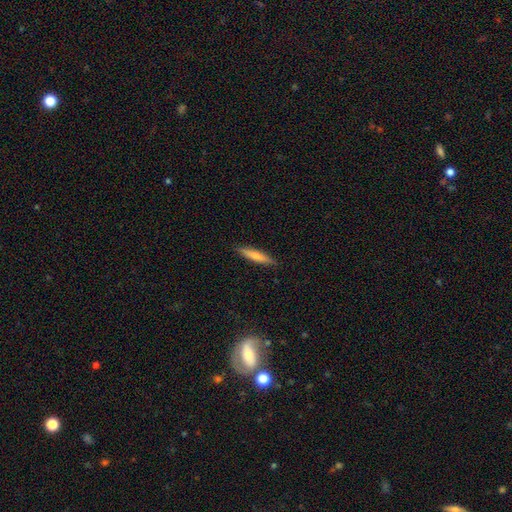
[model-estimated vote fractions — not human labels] Overall: smooth (65%; featured or disk 29%). How rounded: cigar-shaped (87%). Merging: none (90%).